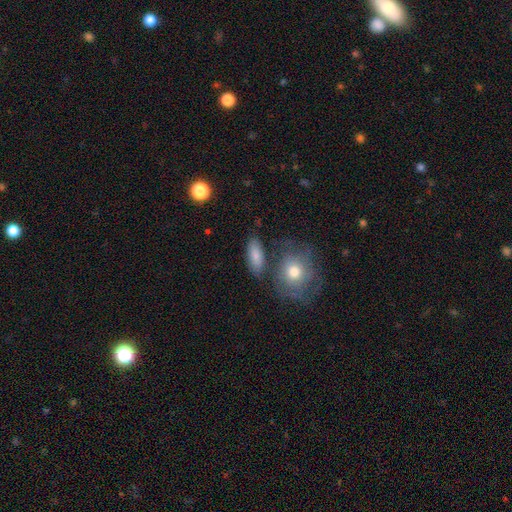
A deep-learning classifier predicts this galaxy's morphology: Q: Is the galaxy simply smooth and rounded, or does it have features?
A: smooth — 80%.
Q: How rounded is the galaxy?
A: in between — 79%.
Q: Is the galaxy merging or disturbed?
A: none — 70%.